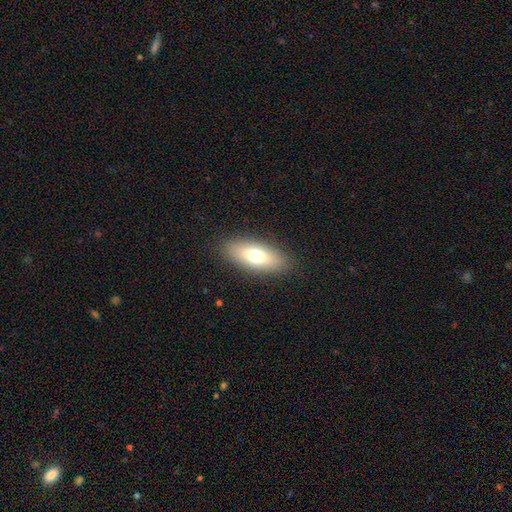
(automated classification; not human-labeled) Q: Smooth or featured?
A: smooth (71%); runner-up: featured or disk (21%)
Q: How rounded?
A: in between (76%); runner-up: cigar-shaped (21%)
Q: Merging?
A: none (87%); runner-up: minor disturbance (9%)